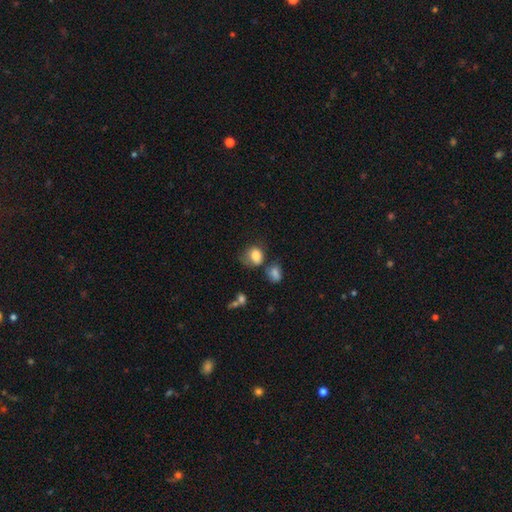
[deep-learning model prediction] Q: Smooth or featured?
A: smooth (81%); runner-up: star or artifact (10%)
Q: How rounded?
A: round (52%); runner-up: in between (47%)
Q: Merging?
A: none (44%); runner-up: minor disturbance (28%)